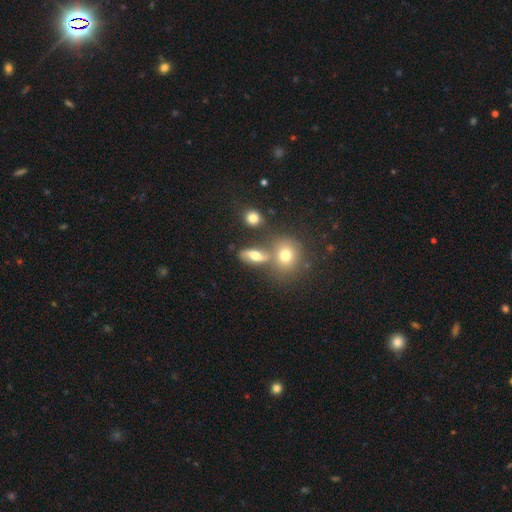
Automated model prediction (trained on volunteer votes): A smooth galaxy with no disk features (65%) that is in between round and cigar-shaped (64%).

Vote fractions:
- Smooth or featured? smooth: 65% / featured or disk: 21% / star or artifact: 13%
- How rounded? in between: 64% / round: 22% / cigar-shaped: 14%
- Merging? none: 54% / merger: 26% / minor disturbance: 14% / major disturbance: 6%